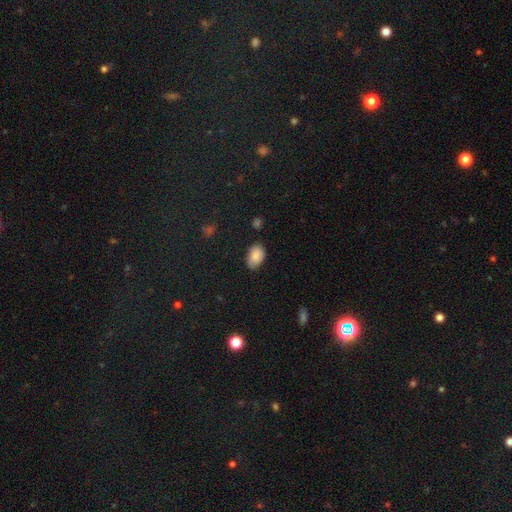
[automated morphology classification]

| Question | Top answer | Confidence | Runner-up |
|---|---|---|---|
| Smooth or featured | smooth | 86% | star or artifact (7%) |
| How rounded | in between | 90% | round (9%) |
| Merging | none | 76% | minor disturbance (20%) |